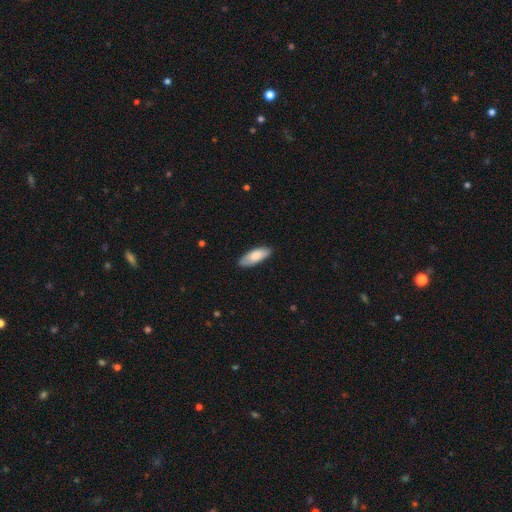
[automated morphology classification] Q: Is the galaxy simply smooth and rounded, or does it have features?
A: smooth — 82%.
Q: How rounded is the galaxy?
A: in between — 75%.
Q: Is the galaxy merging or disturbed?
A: none — 85%.